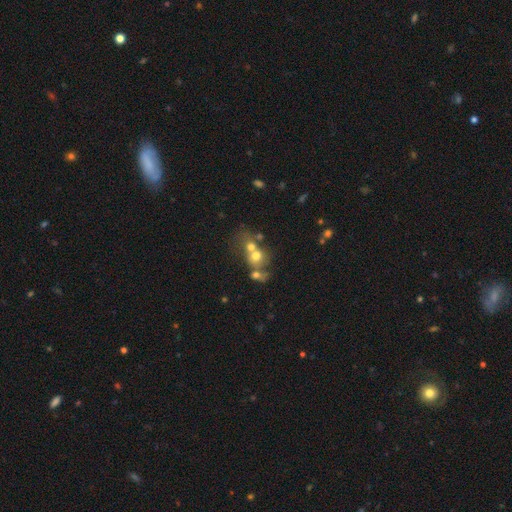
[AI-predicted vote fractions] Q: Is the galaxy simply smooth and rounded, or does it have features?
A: smooth — 60%.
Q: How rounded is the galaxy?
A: round — 69%.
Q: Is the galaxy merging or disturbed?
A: merger — 62%.